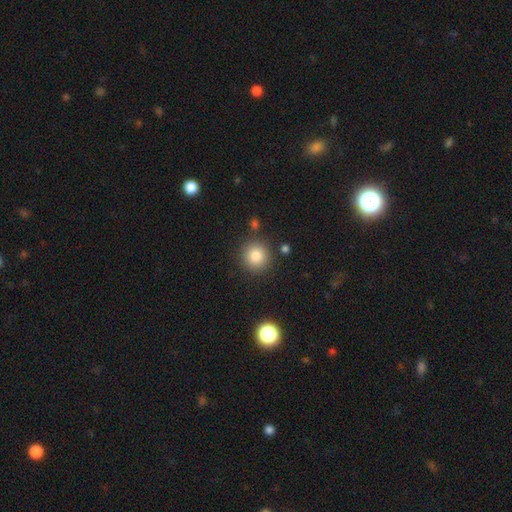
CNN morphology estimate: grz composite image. It shows a smooth galaxy with no disk features (85%) that is round (92%). Merging: none (86%).